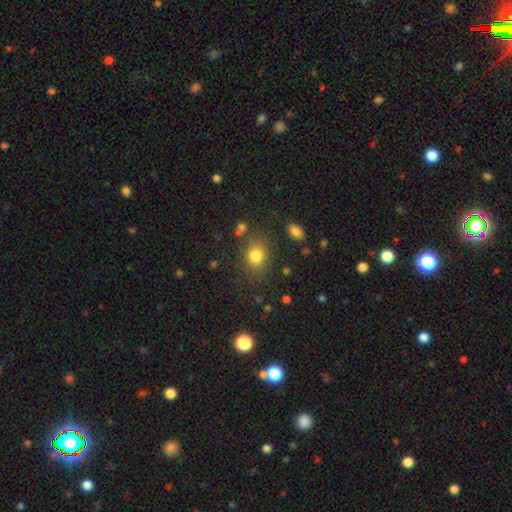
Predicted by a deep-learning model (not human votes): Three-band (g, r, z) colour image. It shows a smooth galaxy with no disk features (80%) that is round (55%). Merging: none (76%).